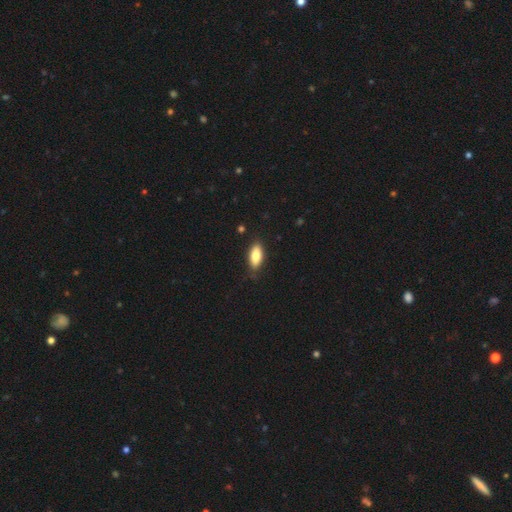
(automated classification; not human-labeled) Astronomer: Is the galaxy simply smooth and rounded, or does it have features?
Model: smooth — 81%.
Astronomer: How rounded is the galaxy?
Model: in between — 83%.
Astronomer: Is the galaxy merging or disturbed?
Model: none — 82%.